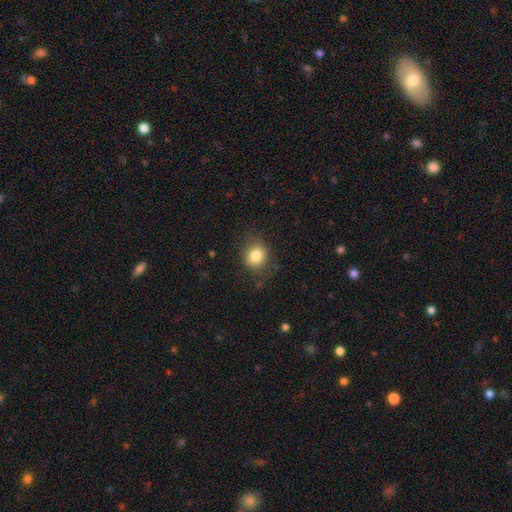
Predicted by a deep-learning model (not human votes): Smooth or featured: smooth — 82% (star or artifact — 11%)
How rounded: round — 71% (in between — 28%)
Merging: none — 81% (minor disturbance — 14%)